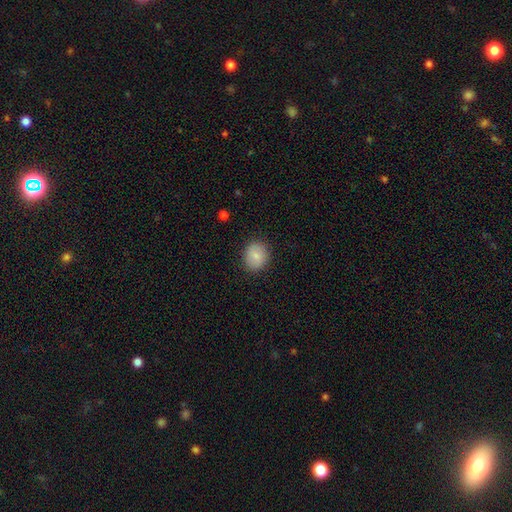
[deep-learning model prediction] A smooth galaxy with no disk features (84%) that is round (73%).

Vote fractions:
- Smooth or featured? smooth: 84% / featured or disk: 9% / star or artifact: 8%
- How rounded? round: 73% / in between: 26% / cigar-shaped: 1%
- Merging? none: 87% / minor disturbance: 9% / major disturbance: 3% / merger: 1%